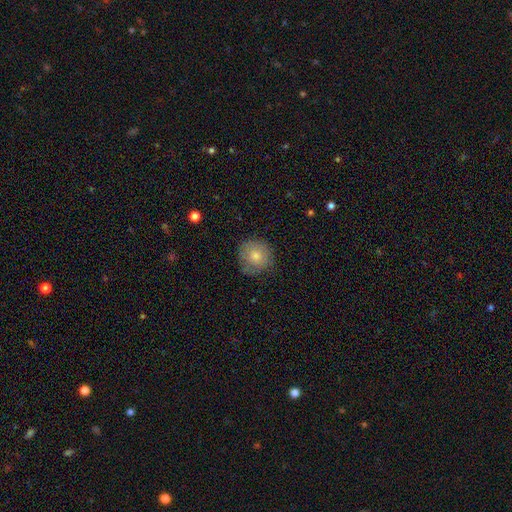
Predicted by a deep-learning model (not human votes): smooth-or-featured: smooth: 66% | featured or disk: 24% | star or artifact: 10%
  how-rounded: round: 92% | in between: 7% | cigar-shaped: 1%
  merging: none: 77% | minor disturbance: 17% | major disturbance: 4% | merger: 1%